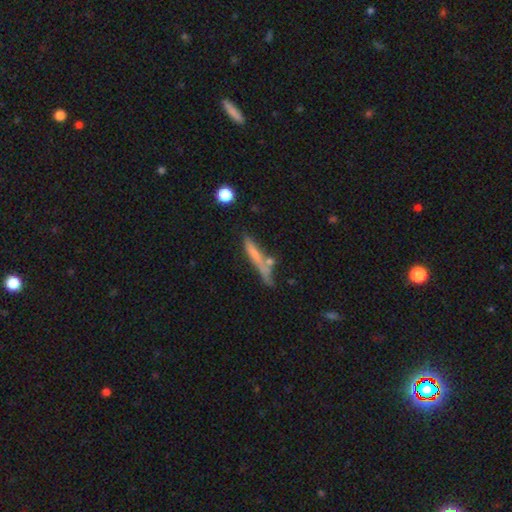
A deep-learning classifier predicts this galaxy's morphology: Smooth or featured: smooth — 59% (featured or disk — 33%)
How rounded: cigar-shaped — 91% (in between — 7%)
Merging: none — 60% (minor disturbance — 19%)